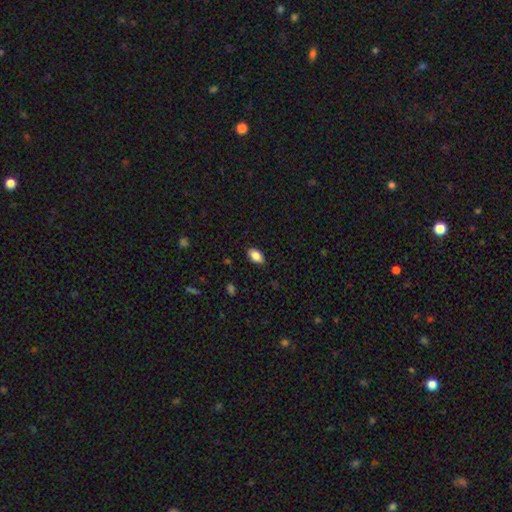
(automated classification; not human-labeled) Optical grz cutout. It shows a smooth galaxy with no disk features (86%) that is in between round and cigar-shaped (92%). Merging: none (87%).